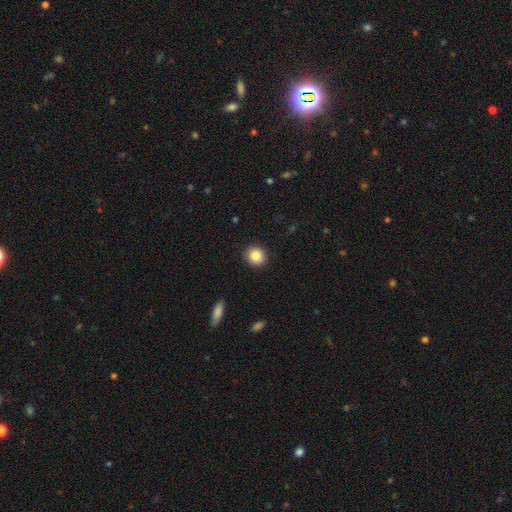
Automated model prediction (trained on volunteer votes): Morphology: type=smooth (85%); roundness=round (87%); merging=none (91%).